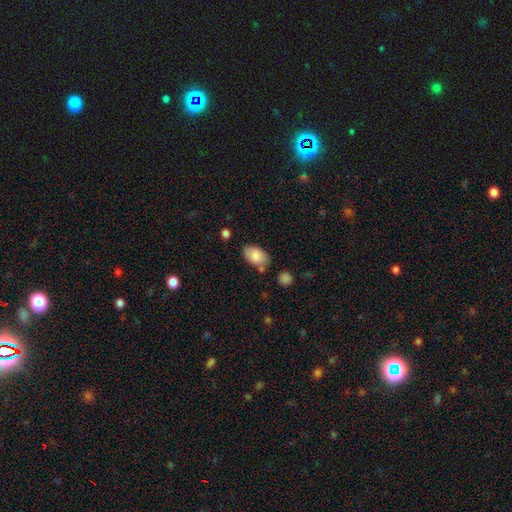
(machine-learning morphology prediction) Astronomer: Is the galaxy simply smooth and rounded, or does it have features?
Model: smooth — 84%.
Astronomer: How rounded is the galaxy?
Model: in between — 91%.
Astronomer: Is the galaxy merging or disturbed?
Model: none — 69%.